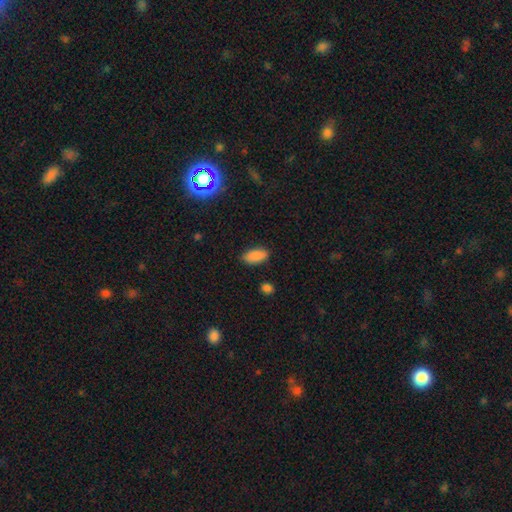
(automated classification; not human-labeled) Smooth or featured? Predicted: smooth (p=0.88). How rounded? Predicted: in between (p=0.90). Merging? Predicted: none (p=0.86).